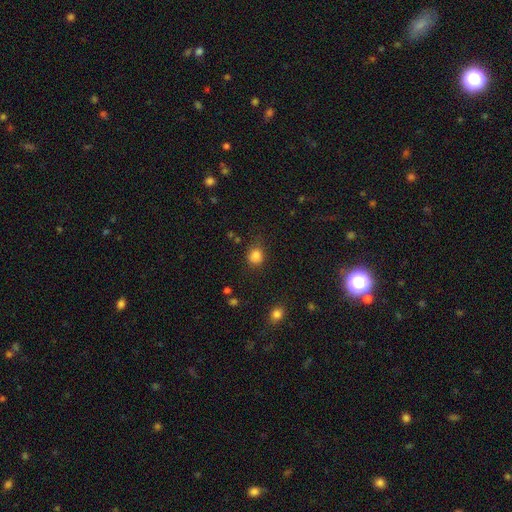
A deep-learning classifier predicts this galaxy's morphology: A smooth galaxy with no disk features (83%) that is round (73%). Merging: none (72%).